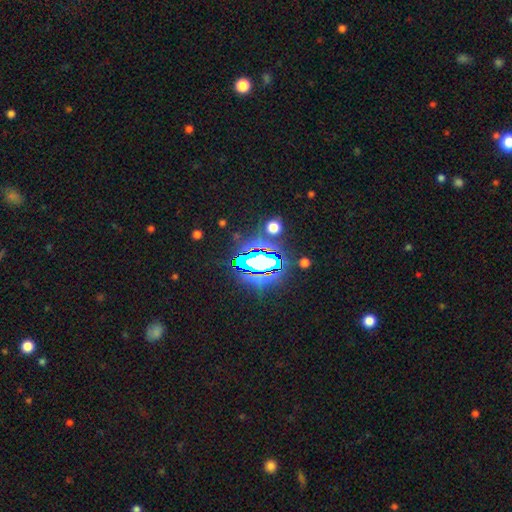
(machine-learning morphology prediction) star or artifact 79%, smooth 12%, featured or disk 9%.